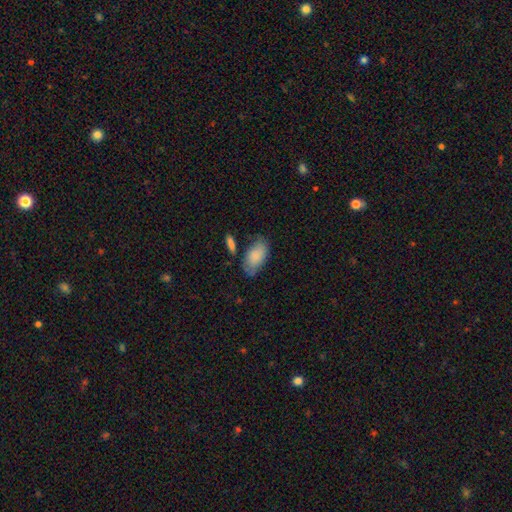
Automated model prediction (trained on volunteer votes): The model was most divided on "merging": none: 62%, minor disturbance: 24%, major disturbance: 7%, merger: 7%. More confident: how rounded — in between (94%); smooth or featured — smooth (83%).